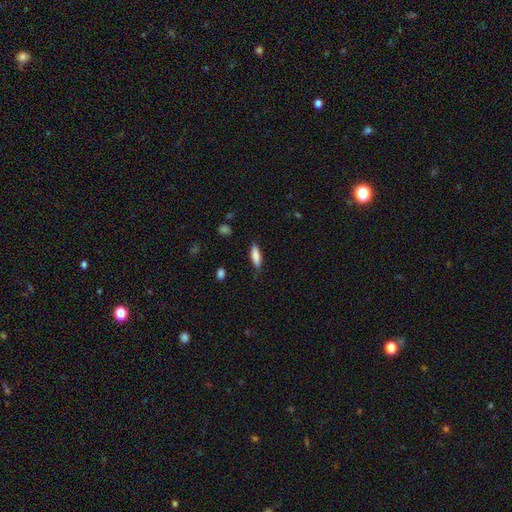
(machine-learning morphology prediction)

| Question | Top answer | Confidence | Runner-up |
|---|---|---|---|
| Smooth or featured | smooth | 82% | featured or disk (12%) |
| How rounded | cigar-shaped | 59% | in between (40%) |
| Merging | none | 82% | minor disturbance (14%) |